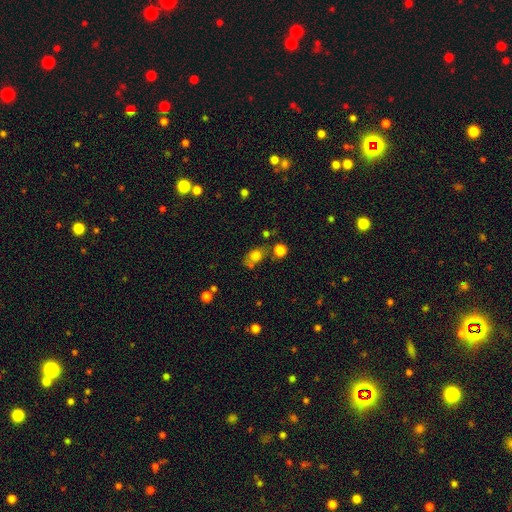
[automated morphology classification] Smooth or featured: smooth — 72% (featured or disk — 15%)
How rounded: in between — 63% (round — 35%)
Merging: none — 49% (merger — 20%)